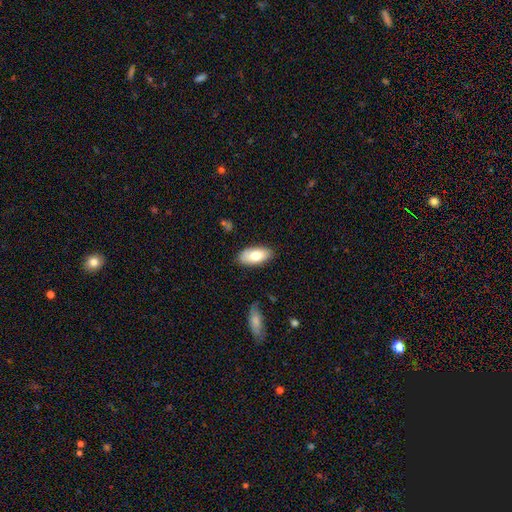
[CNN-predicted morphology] type=smooth (78%); roundness=in between (91%); merging=none (84%).